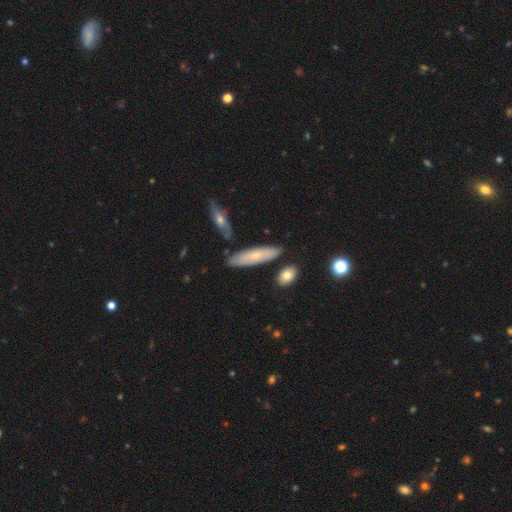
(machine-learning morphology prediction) Smooth or featured? Predicted: smooth (p=0.61). How rounded? Predicted: cigar-shaped (p=0.60). Merging? Predicted: none (p=0.80).